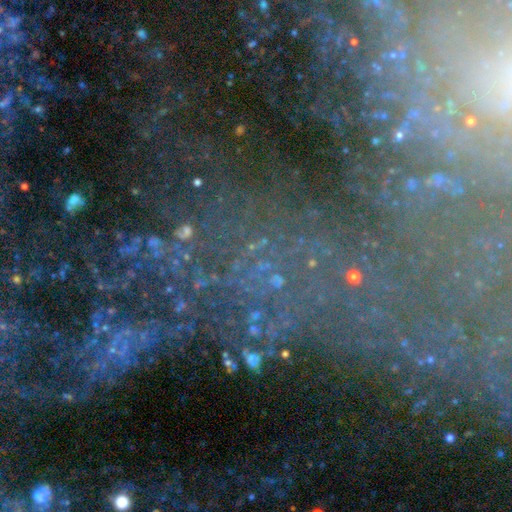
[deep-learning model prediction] Smooth or featured? star or artifact (66%)